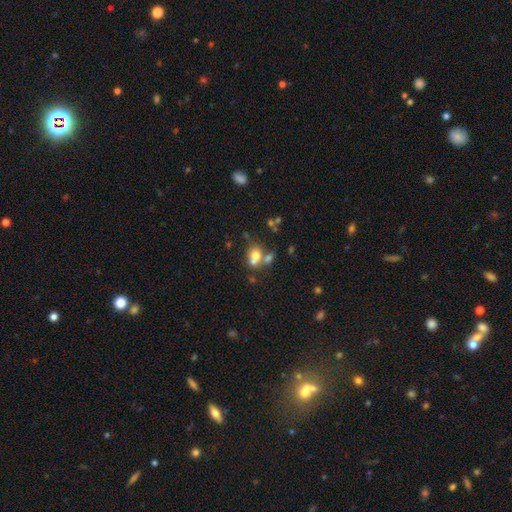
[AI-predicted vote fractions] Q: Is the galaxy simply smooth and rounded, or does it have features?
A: smooth — 66%.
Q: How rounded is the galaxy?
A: round — 55%.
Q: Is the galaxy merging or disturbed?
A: merger — 51%.